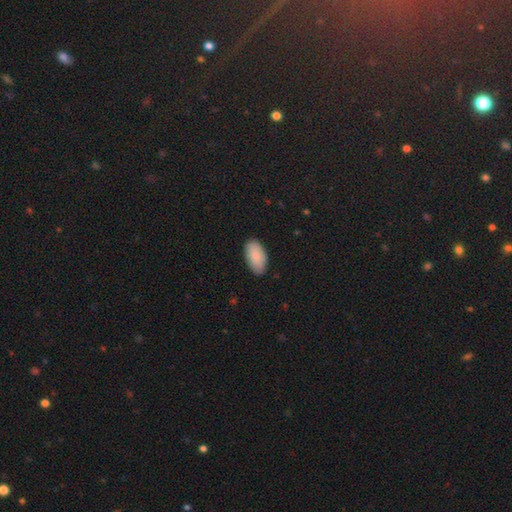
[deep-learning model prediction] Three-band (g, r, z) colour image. It shows a smooth galaxy with no disk features (87%) that is in between round and cigar-shaped (96%). Merging: none (86%).